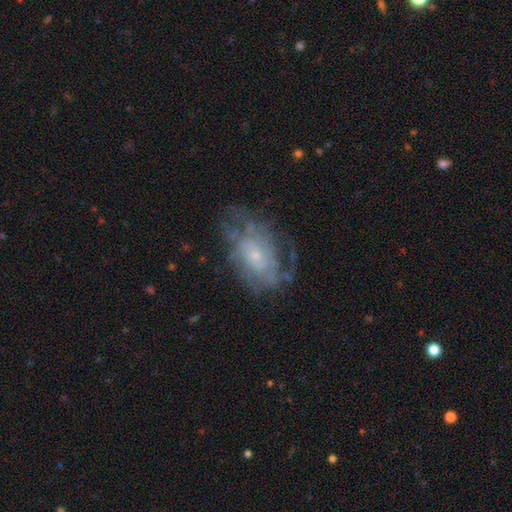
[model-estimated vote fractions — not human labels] A featured or disk galaxy (70%) with no bar (77%), spiral arms (73%) and a small central bulge (68%). Merging: none (58%).